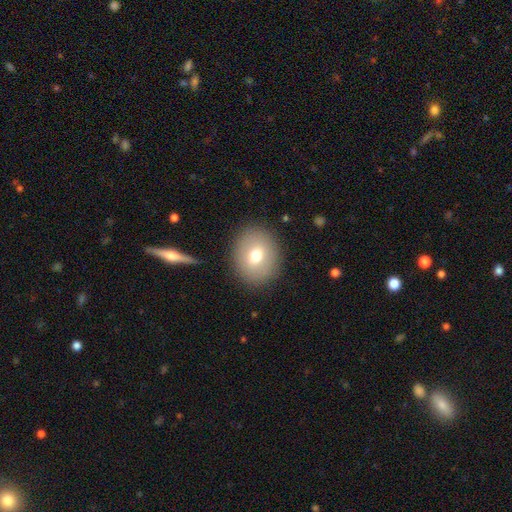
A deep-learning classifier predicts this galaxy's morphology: Smooth or featured?
  - smooth: 70% *
  - featured or disk: 20%
  - star or artifact: 10%
How rounded?
  - round: 60% *
  - in between: 39%
  - cigar-shaped: 1%
Merging?
  - none: 88% *
  - minor disturbance: 8%
  - major disturbance: 3%
  - merger: 1%